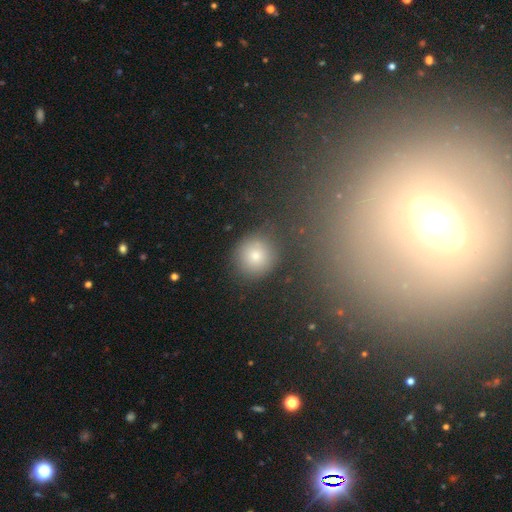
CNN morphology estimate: This is likely a smooth galaxy (77%). How rounded: clearly round (89%). Merging: likely none (80%).